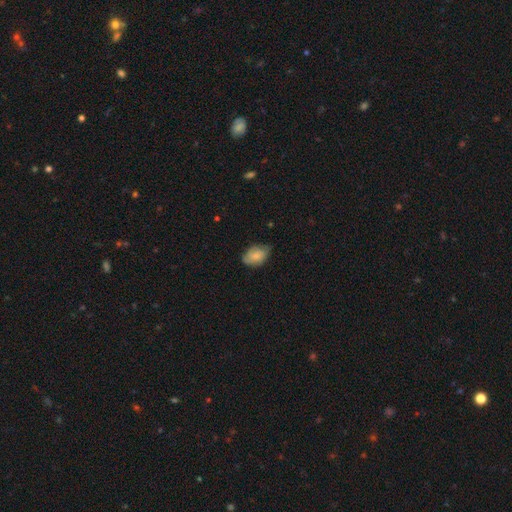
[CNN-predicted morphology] type=smooth (80%); roundness=in between (87%); merging=none (63%).